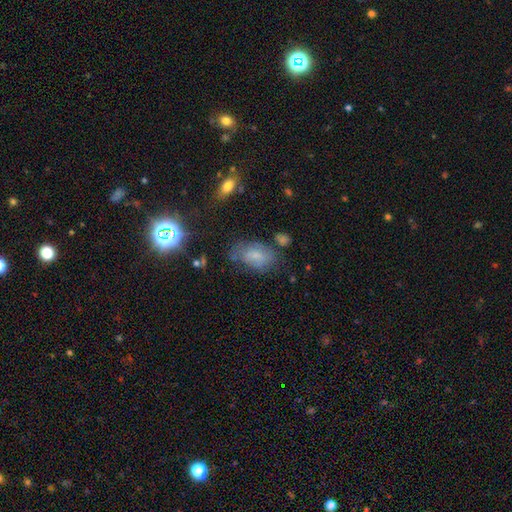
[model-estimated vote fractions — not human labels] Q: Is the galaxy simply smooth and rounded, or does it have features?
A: smooth — 60%.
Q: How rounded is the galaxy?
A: in between — 88%.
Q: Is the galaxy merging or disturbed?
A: none — 52%.